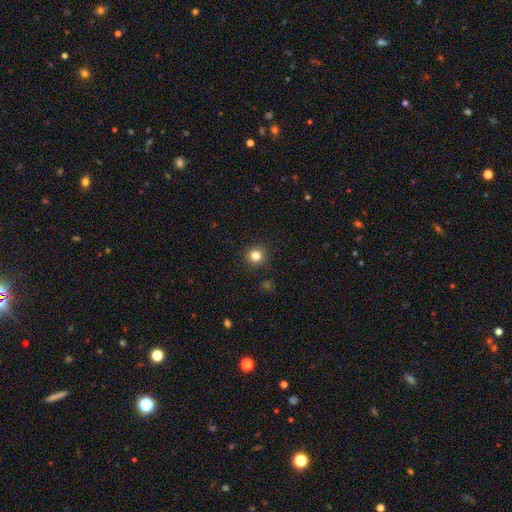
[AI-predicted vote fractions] Q: Smooth or featured?
A: smooth (81%); runner-up: star or artifact (13%)
Q: How rounded?
A: round (92%); runner-up: in between (8%)
Q: Merging?
A: none (91%); runner-up: minor disturbance (6%)